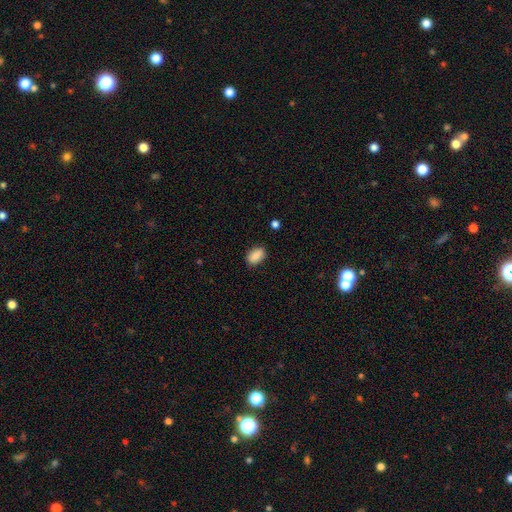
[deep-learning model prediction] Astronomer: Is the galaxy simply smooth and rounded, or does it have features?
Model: smooth — 87%.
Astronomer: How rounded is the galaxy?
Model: in between — 89%.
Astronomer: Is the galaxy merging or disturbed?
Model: none — 85%.